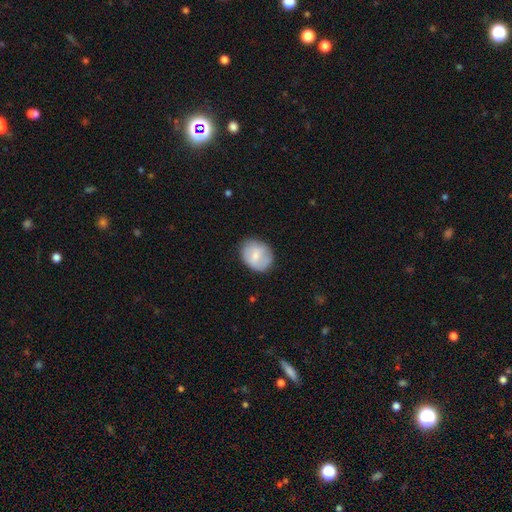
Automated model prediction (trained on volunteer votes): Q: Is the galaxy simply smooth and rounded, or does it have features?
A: smooth — 68%.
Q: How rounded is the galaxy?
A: round — 55%.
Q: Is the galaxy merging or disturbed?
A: none — 75%.